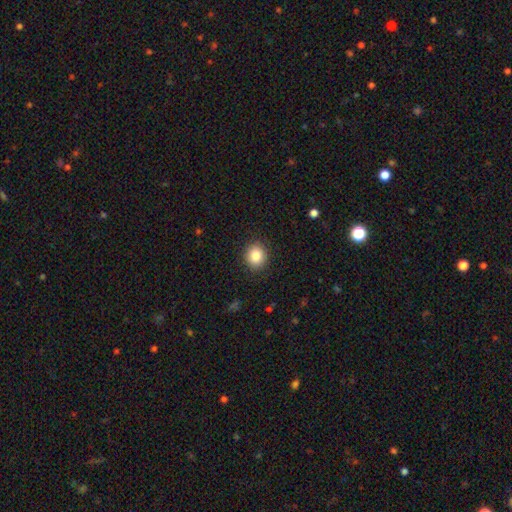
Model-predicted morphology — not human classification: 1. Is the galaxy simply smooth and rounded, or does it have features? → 85% smooth, 9% star or artifact, 5% featured or disk.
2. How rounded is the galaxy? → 79% round, 20% in between, 1% cigar-shaped.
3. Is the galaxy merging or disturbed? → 90% none, 7% minor disturbance, 2% major disturbance, 1% merger.